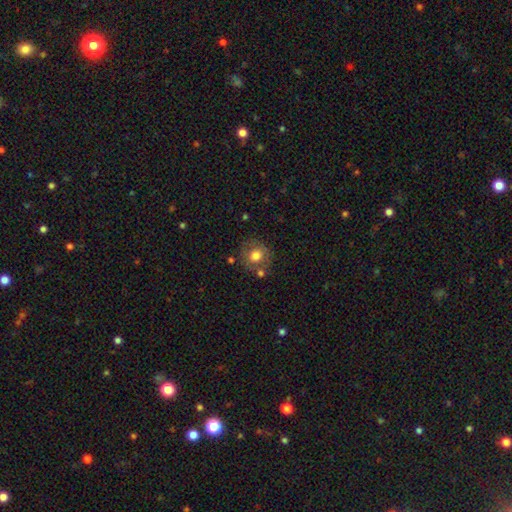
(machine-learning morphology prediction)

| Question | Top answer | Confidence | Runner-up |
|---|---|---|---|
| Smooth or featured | smooth | 72% | featured or disk (19%) |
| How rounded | round | 85% | in between (14%) |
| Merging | none | 73% | minor disturbance (14%) |